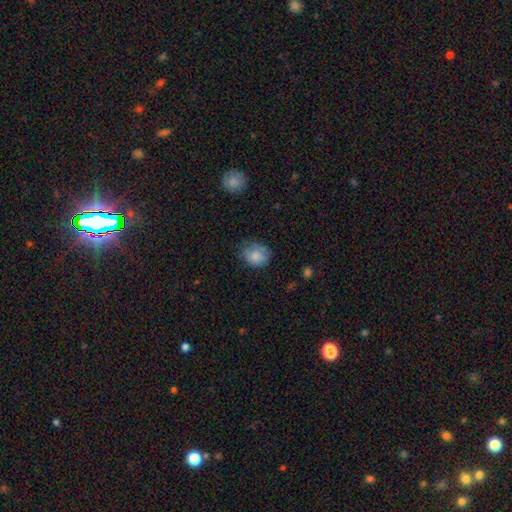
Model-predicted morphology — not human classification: This appears to be a smooth galaxy with no disk features (78%) that is round (61%). Merging: none (67%).